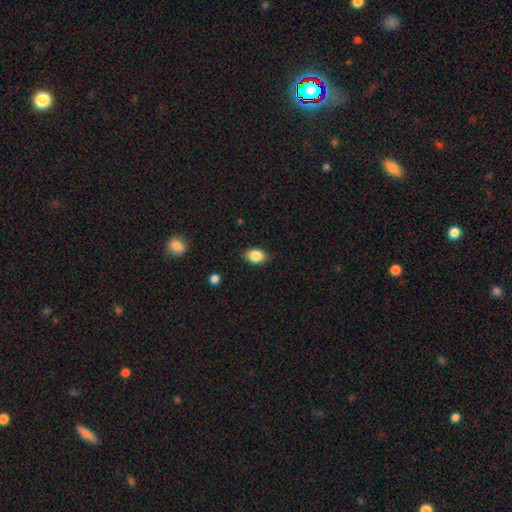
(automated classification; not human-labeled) smooth-or-featured: smooth: 86% | star or artifact: 9% | featured or disk: 5%
  how-rounded: in between: 76% | round: 23% | cigar-shaped: 1%
  merging: none: 84% | minor disturbance: 12% | major disturbance: 3% | merger: 1%